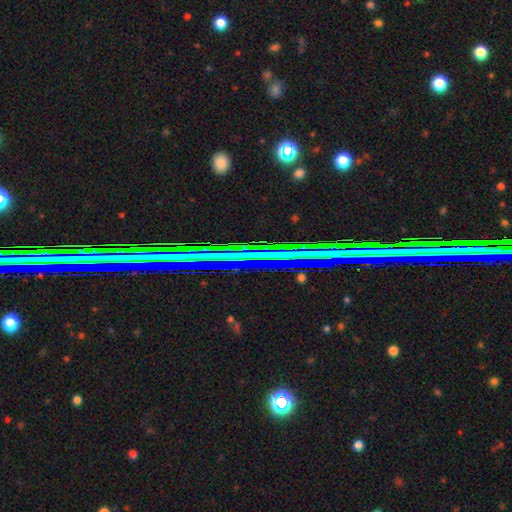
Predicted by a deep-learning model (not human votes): The model was most divided on "smooth or featured": star or artifact: 79%, featured or disk: 11%, smooth: 9%.